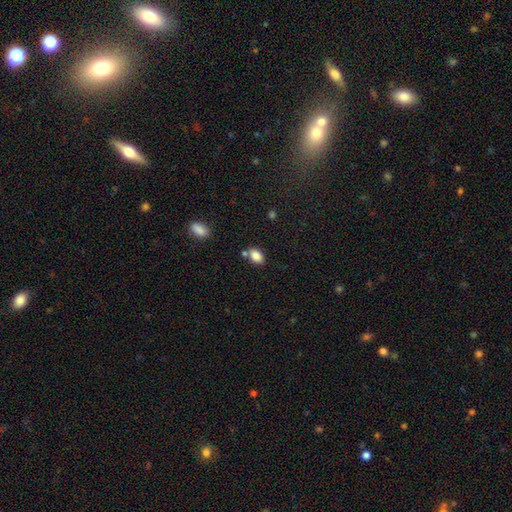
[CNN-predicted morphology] Smooth or featured? smooth (85%)
How rounded? in between (85%)
Merging? none (67%)